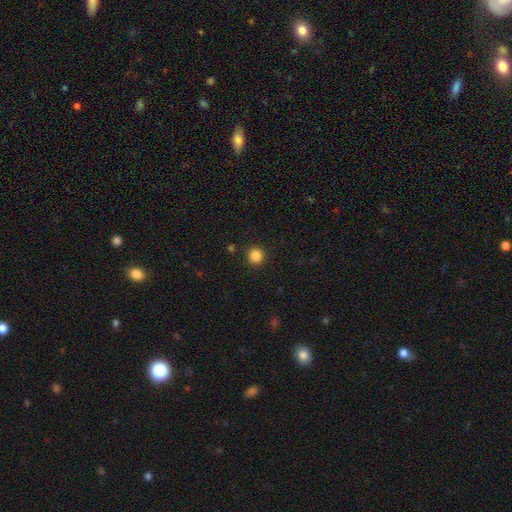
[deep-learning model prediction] The model was most divided on "smooth or featured": smooth: 85%, star or artifact: 12%, featured or disk: 4%. More confident: how rounded — round (95%); merging — none (92%).